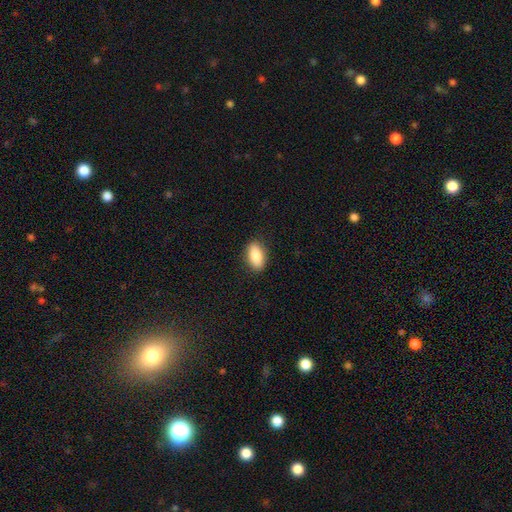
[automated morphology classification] smooth_or_featured: smooth (p=0.85) [alt: featured or disk p=0.09]
how_rounded: in between (p=0.90) [alt: cigar-shaped p=0.05]
merging: none (p=0.88) [alt: minor disturbance p=0.09]